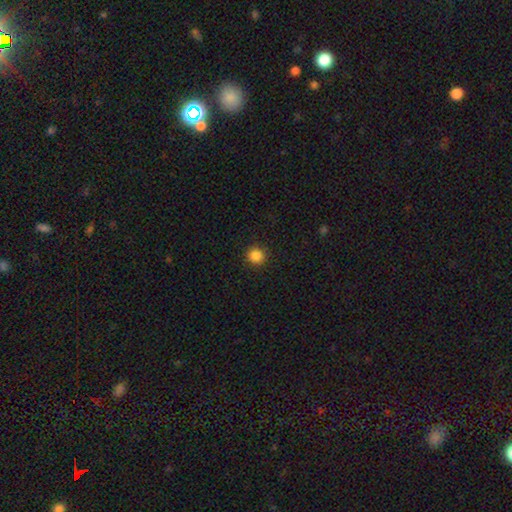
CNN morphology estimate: This appears to be a smooth galaxy with no disk features (86%) that is round (95%). Merging: none (92%).